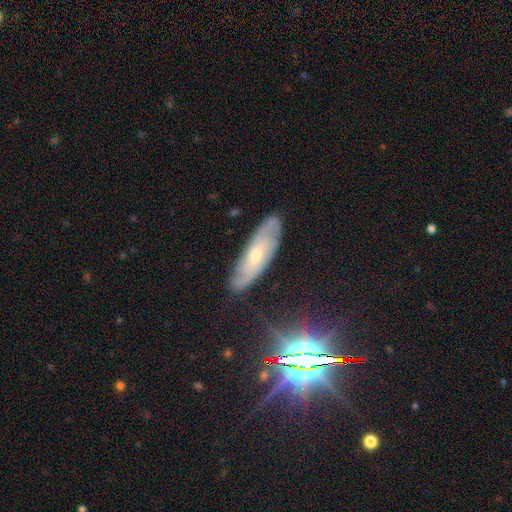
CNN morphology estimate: Smooth or featured? featured or disk (60%)
Edge-on disk? no (73%)
Merging? none (78%)